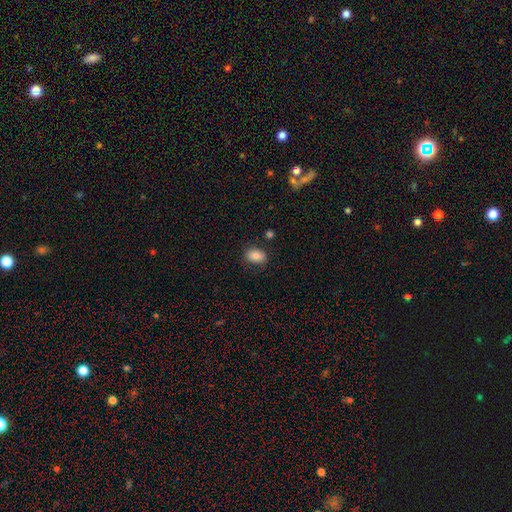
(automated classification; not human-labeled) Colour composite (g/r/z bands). It shows a smooth galaxy with no disk features (84%) that is in between round and cigar-shaped (81%). Merging: none (80%).